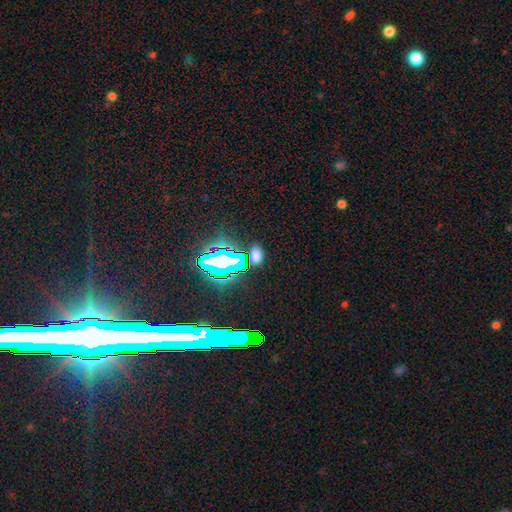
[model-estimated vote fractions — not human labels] A smooth galaxy with no disk features (53%) that is in between round and cigar-shaped (80%).

Vote fractions:
- Smooth or featured? smooth: 53% / star or artifact: 39% / featured or disk: 8%
- How rounded? in between: 80% / round: 16% / cigar-shaped: 4%
- Merging? none: 80% / minor disturbance: 11% / merger: 5% / major disturbance: 4%